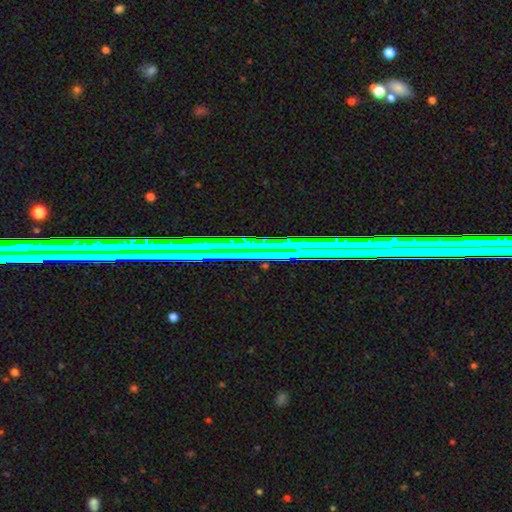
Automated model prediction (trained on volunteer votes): Smooth or featured? star or artifact (75%)